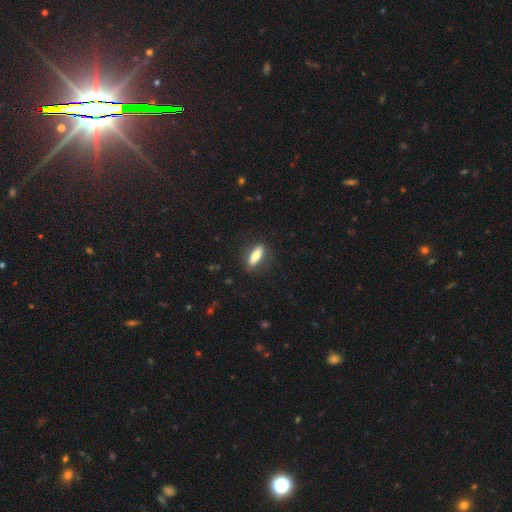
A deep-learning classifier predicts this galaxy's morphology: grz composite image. It shows a smooth galaxy with no disk features (75%) that is cigar-shaped (57%). Merging: none (84%).